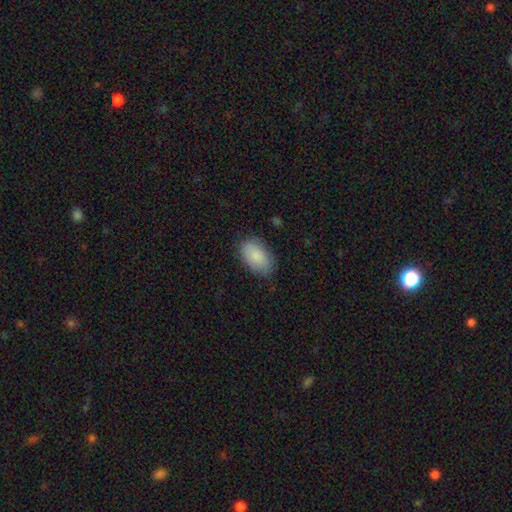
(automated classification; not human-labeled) A smooth galaxy with no disk features (88%) that is in between round and cigar-shaped (94%). Merging: none (81%).